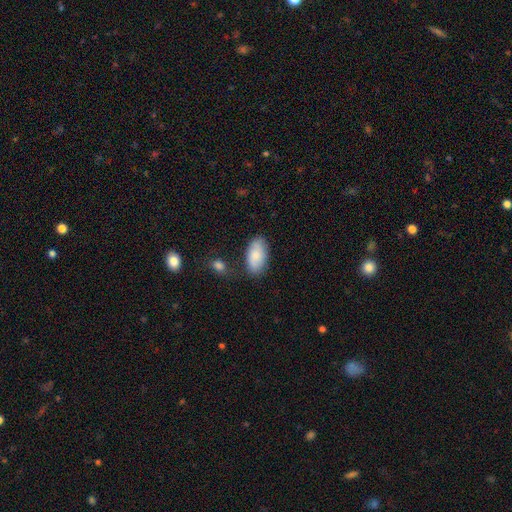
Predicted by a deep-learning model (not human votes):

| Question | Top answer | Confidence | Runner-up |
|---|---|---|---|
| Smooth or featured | smooth | 84% | featured or disk (10%) |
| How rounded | in between | 94% | cigar-shaped (3%) |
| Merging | none | 73% | minor disturbance (17%) |